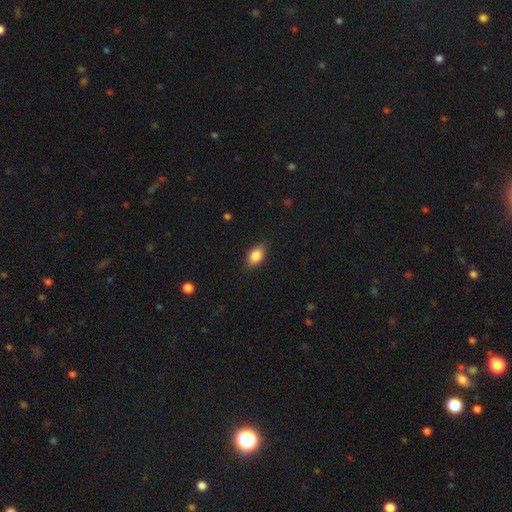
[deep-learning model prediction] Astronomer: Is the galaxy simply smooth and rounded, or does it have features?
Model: smooth — 86%.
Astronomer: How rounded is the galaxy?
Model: in between — 88%.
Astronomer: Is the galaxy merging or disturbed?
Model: none — 84%.